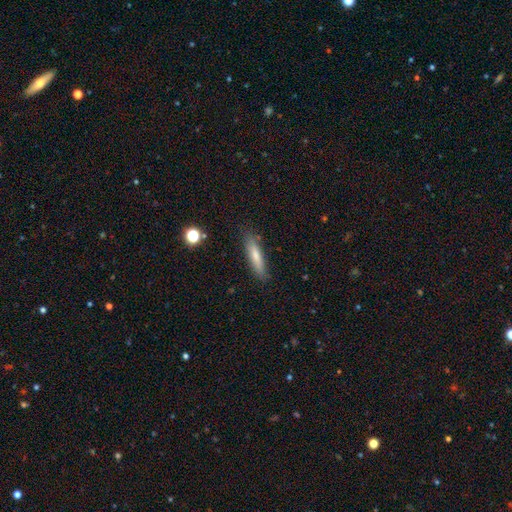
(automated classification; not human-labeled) This is likely a smooth galaxy (73%). How rounded: likely cigar-shaped (79%). Merging: clearly none (84%).